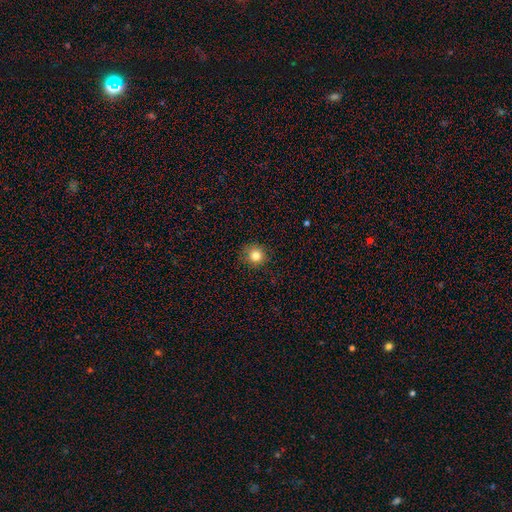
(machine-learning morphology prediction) This appears to be a smooth galaxy with no disk features (83%) that is round (90%). Merging: none (84%).